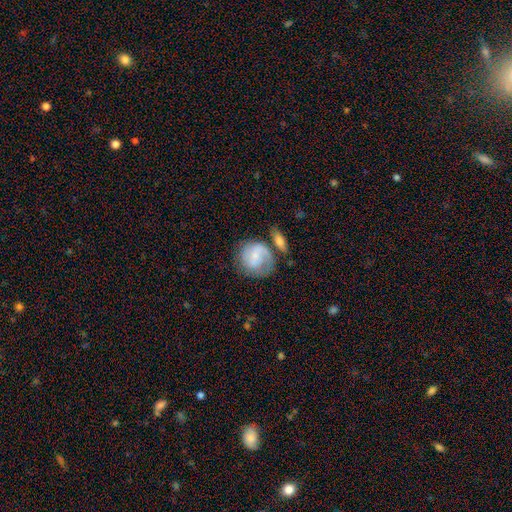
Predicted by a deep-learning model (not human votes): Smooth or featured?
  - smooth: 48% *
  - featured or disk: 46%
  - star or artifact: 7%
Merging?
  - none: 48% *
  - minor disturbance: 22%
  - merger: 16%
  - major disturbance: 14%